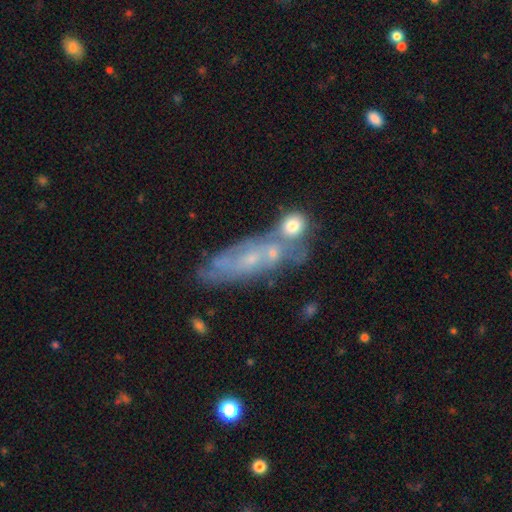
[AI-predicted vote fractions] Smooth or featured? featured or disk (64%)
Edge-on disk? no (78%)
Bar? no (67%)
Spiral arms? yes (71%)
Bulge size? small (74%)
Merging? none (58%)